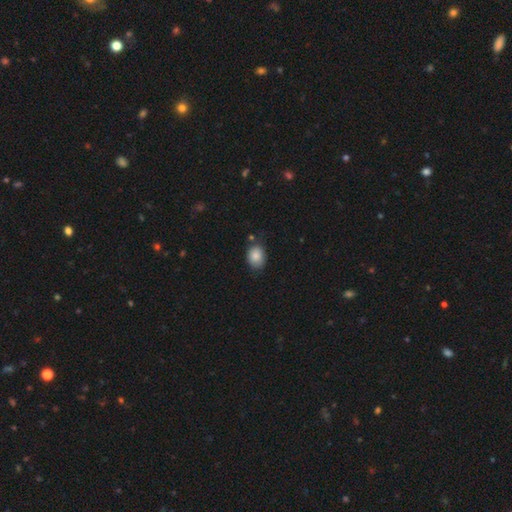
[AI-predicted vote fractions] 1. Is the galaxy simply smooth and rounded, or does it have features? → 86% smooth, 8% star or artifact, 6% featured or disk.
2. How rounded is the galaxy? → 59% in between, 40% round, 1% cigar-shaped.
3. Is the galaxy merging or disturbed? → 71% none, 21% minor disturbance, 4% major disturbance, 4% merger.